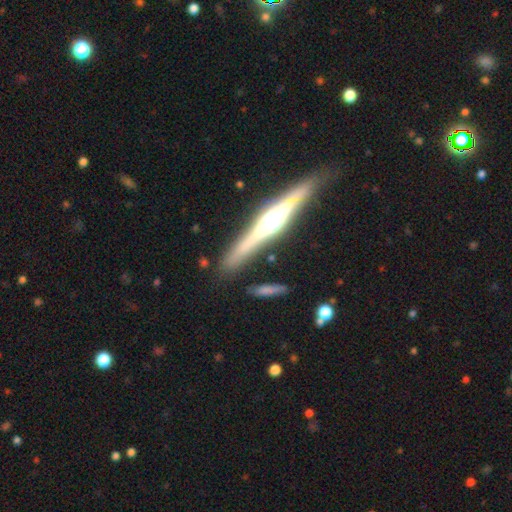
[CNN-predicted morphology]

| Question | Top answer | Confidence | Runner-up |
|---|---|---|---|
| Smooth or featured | featured or disk | 78% | smooth (16%) |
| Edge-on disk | yes | 97% | no (3%) |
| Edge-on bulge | rounded | 76% | boxy (13%) |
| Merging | none | 84% | minor disturbance (11%) |